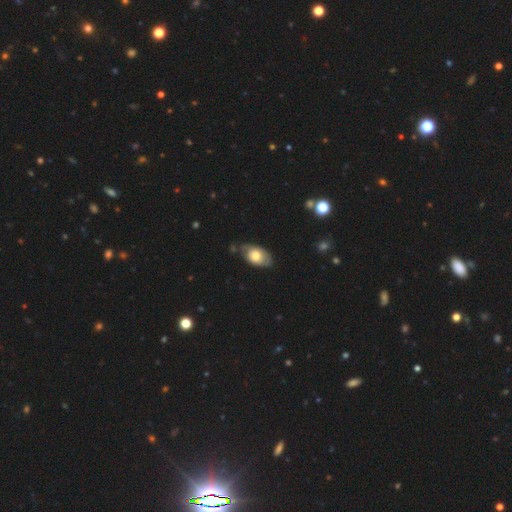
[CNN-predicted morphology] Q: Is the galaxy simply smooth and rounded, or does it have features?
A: smooth — 63%.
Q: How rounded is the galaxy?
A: in between — 90%.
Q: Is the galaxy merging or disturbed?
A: none — 58%.